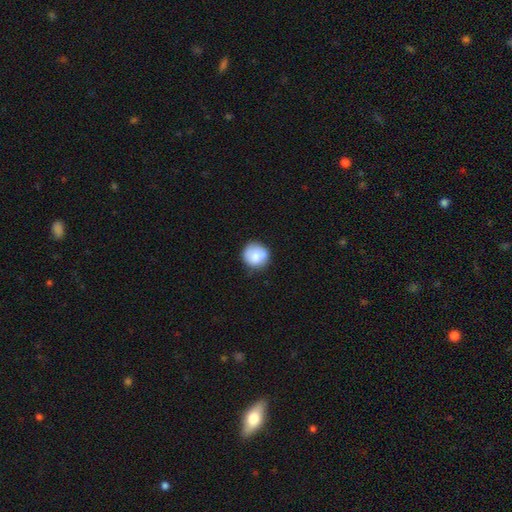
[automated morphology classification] Q: Smooth or featured?
A: smooth (75%); runner-up: featured or disk (18%)
Q: How rounded?
A: round (90%); runner-up: in between (9%)
Q: Merging?
A: none (72%); runner-up: minor disturbance (19%)